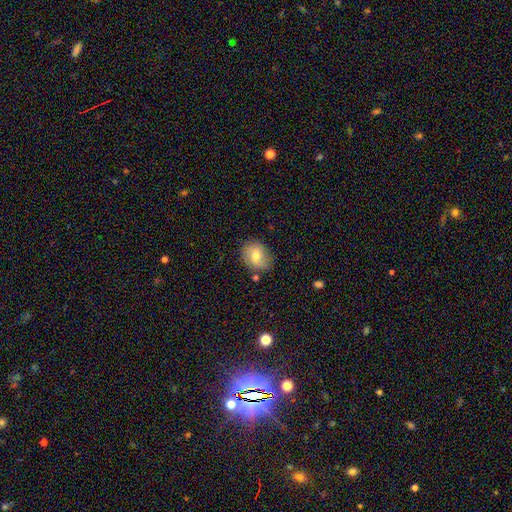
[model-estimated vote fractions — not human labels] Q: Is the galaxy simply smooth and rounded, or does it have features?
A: smooth — 69%.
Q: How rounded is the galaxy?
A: in between — 50%.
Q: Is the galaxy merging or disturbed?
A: none — 76%.